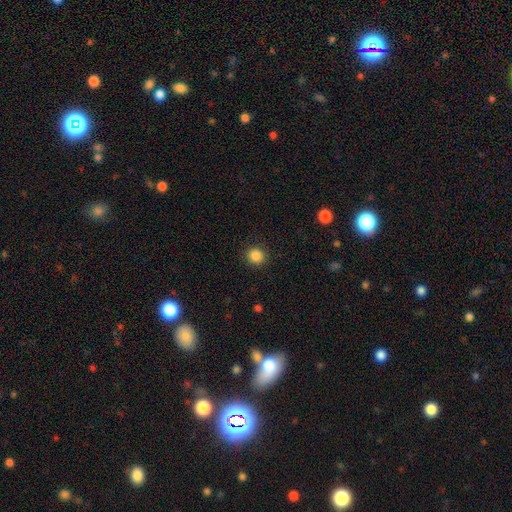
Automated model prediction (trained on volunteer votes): Q: Smooth or featured?
A: smooth (86%); runner-up: star or artifact (10%)
Q: How rounded?
A: round (88%); runner-up: in between (11%)
Q: Merging?
A: none (91%); runner-up: minor disturbance (6%)